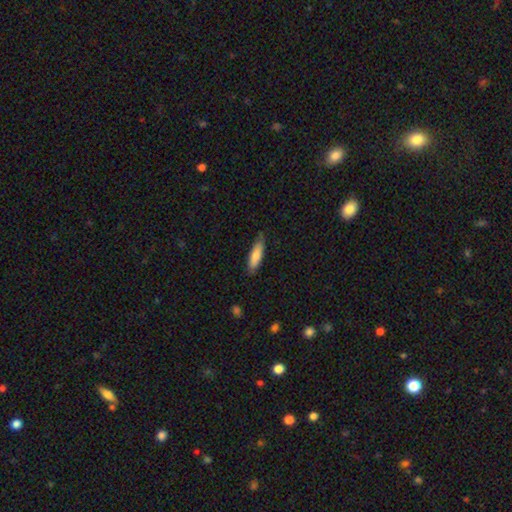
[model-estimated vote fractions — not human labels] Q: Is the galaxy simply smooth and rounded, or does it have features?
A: smooth — 79%.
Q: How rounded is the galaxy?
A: cigar-shaped — 61%.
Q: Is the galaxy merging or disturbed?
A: none — 78%.